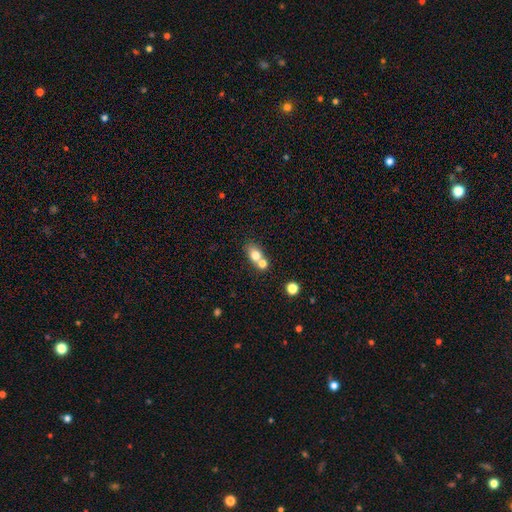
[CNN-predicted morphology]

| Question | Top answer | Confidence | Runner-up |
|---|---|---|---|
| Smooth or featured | smooth | 74% | featured or disk (16%) |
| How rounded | in between | 61% | round (36%) |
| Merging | merger | 52% | none (37%) |